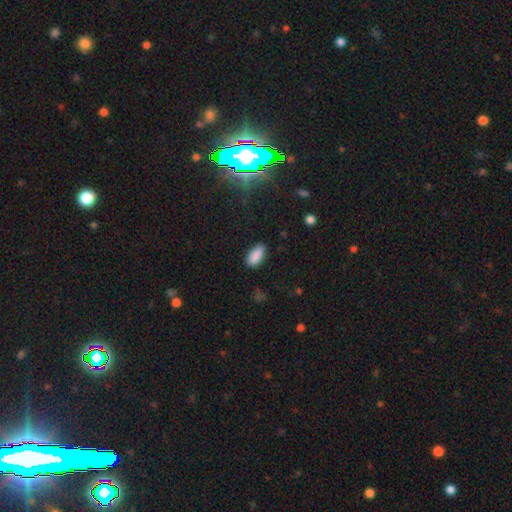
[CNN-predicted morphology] A smooth galaxy with no disk features (89%) that is in between round and cigar-shaped (90%).

Vote fractions:
- Smooth or featured? smooth: 89% / star or artifact: 8% / featured or disk: 3%
- How rounded? in between: 90% / cigar-shaped: 7% / round: 2%
- Merging? none: 84% / minor disturbance: 12% / major disturbance: 2% / merger: 1%